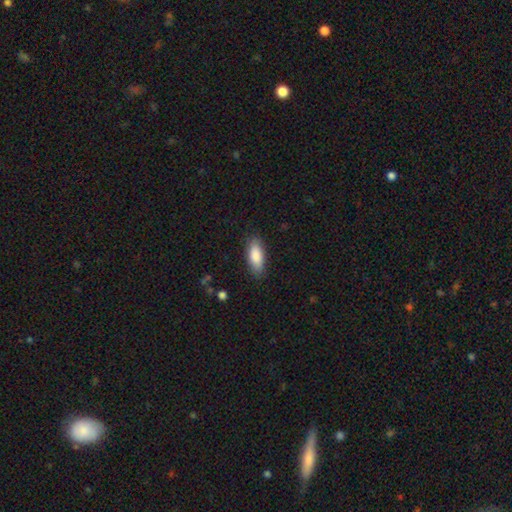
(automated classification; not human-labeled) smooth 87%, featured or disk 7%, star or artifact 6%. Down the decision tree: how rounded — in between (79%); merging — none (86%).